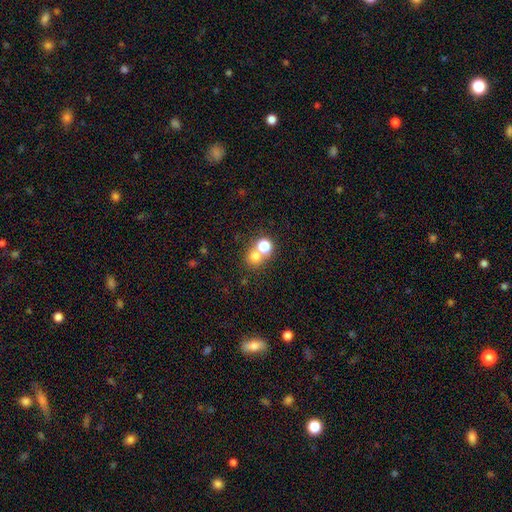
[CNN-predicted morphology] Smooth or featured?
  - smooth: 70% *
  - star or artifact: 19%
  - featured or disk: 11%
How rounded?
  - round: 83% *
  - in between: 16%
  - cigar-shaped: 1%
Merging?
  - none: 47% *
  - merger: 43%
  - minor disturbance: 6%
  - major disturbance: 3%